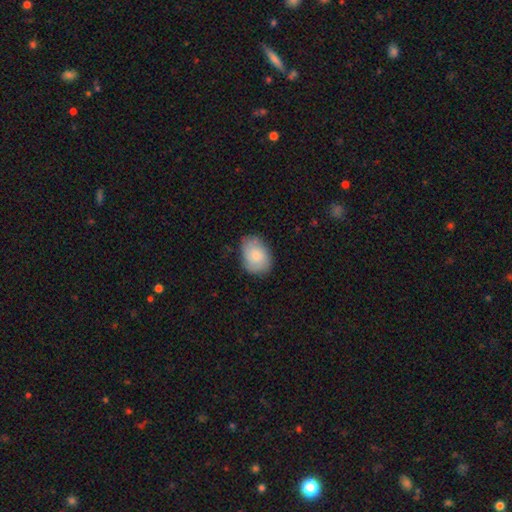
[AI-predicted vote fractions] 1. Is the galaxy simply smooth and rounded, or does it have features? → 71% smooth, 22% featured or disk, 6% star or artifact.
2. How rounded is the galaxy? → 73% in between, 26% round, 1% cigar-shaped.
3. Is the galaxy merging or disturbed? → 71% none, 23% minor disturbance, 5% major disturbance, 2% merger.